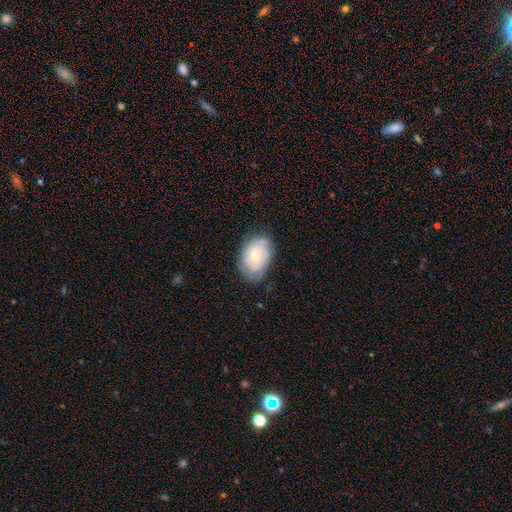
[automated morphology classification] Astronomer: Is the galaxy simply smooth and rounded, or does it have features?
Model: smooth — 52% (runner-up: featured or disk, 41%).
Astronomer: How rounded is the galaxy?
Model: in between — 80%.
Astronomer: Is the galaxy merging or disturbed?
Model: none — 66%.